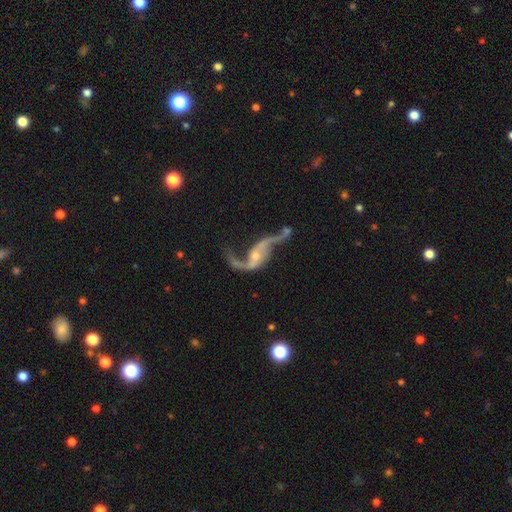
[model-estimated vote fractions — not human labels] This is clearly a featured or disk galaxy (89%). It is clearly not viewed edge-on (94%). Bar: possibly no (55%). Spiral arm pattern: clearly yes (94%). Spiral arm count: clearly 2 (91%). Spiral winding: clearly loose (90%). Central bulge: likely small (61%). Merging: possibly none (47%).